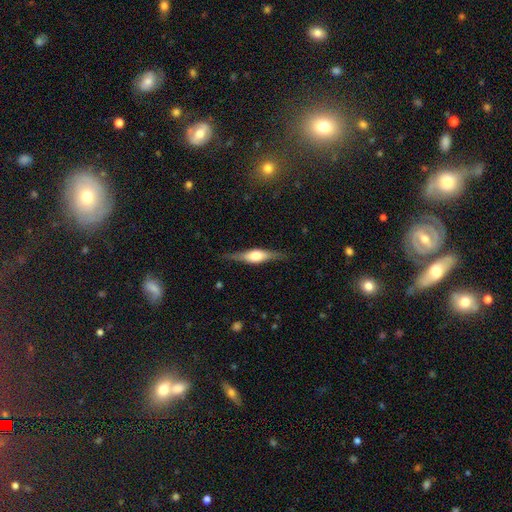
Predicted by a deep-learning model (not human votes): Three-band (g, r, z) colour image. It shows a featured or disk galaxy (64%) viewed edge-on (95%) with a rounded central bulge (85%). Merging: none (83%).